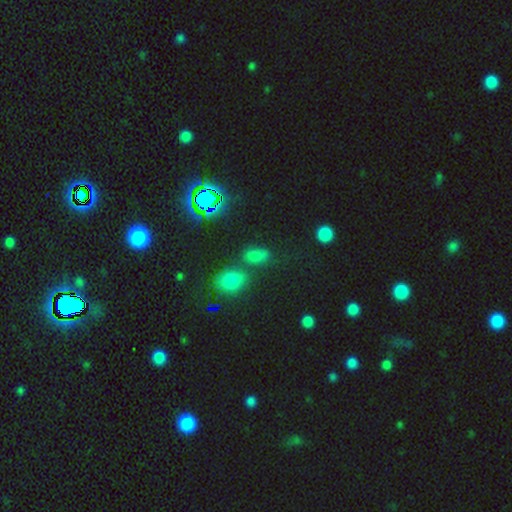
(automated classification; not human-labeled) smooth_or_featured: smooth (p=0.55) [alt: star or artifact p=0.37]
how_rounded: in between (p=0.75) [alt: round p=0.19]
merging: none (p=0.58) [alt: merger p=0.18]